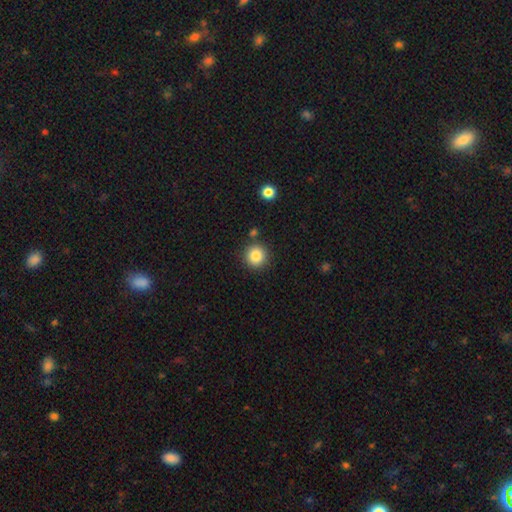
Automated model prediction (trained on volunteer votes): smooth-or-featured: smooth: 85% | star or artifact: 10% | featured or disk: 6%
  how-rounded: round: 94% | in between: 6% | cigar-shaped: 1%
  merging: none: 85% | minor disturbance: 8% | merger: 5% | major disturbance: 2%